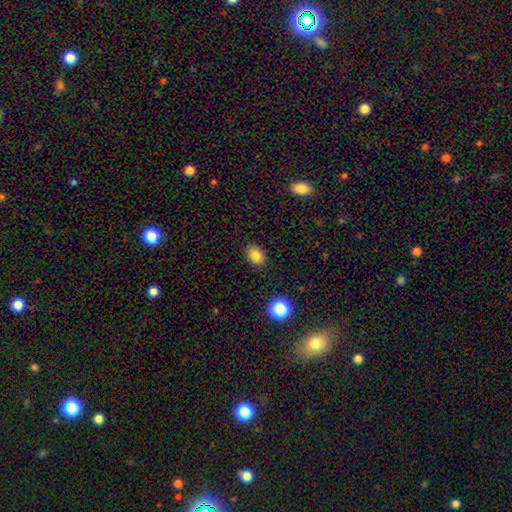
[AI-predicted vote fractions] smooth_or_featured: smooth (p=0.83) [alt: star or artifact p=0.11]
how_rounded: in between (p=0.63) [alt: round p=0.36]
merging: none (p=0.86) [alt: minor disturbance p=0.10]